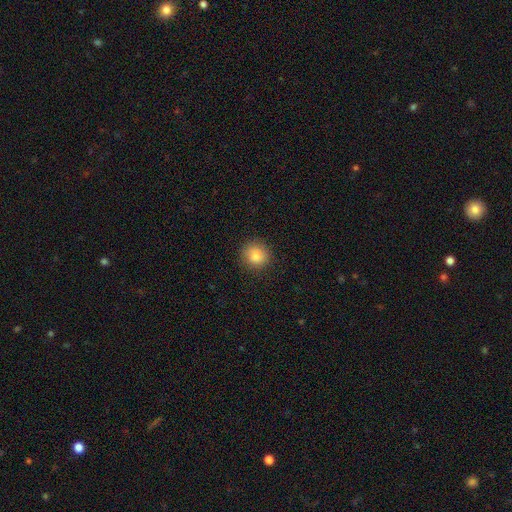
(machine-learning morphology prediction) The model was most divided on "smooth or featured": smooth: 83%, star or artifact: 10%, featured or disk: 7%. More confident: how rounded — round (91%); merging — none (89%).